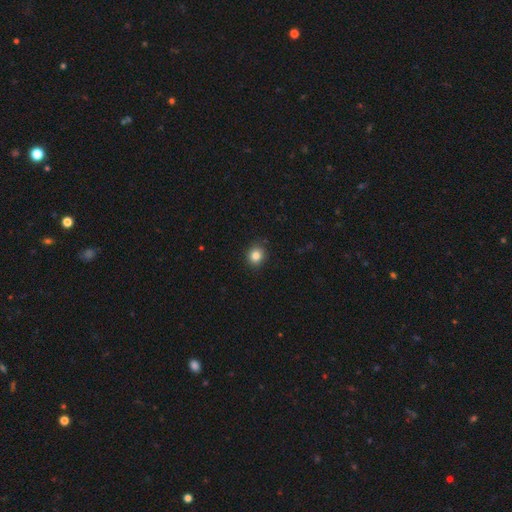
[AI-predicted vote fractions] This is clearly a smooth galaxy (84%). How rounded: likely round (74%). Merging: clearly none (87%).